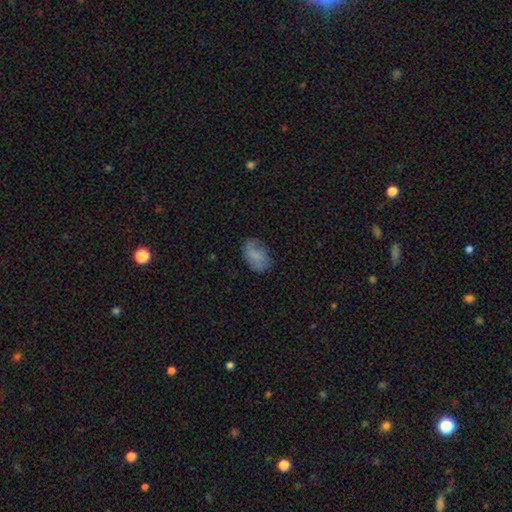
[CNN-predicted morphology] Q: Smooth or featured?
A: smooth (76%); runner-up: featured or disk (15%)
Q: How rounded?
A: in between (88%); runner-up: round (10%)
Q: Merging?
A: none (70%); runner-up: minor disturbance (22%)